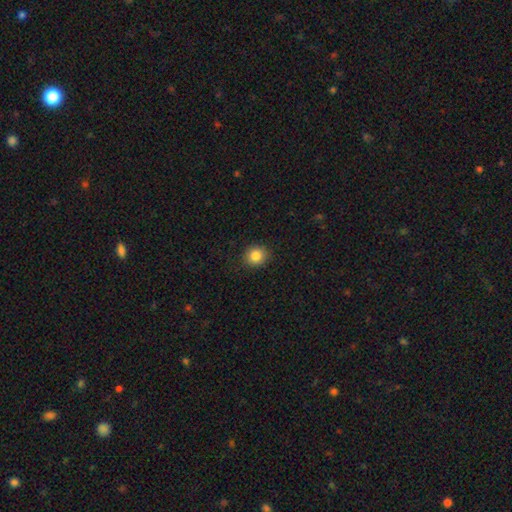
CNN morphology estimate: Smooth or featured? smooth (85%)
How rounded? round (83%)
Merging? none (90%)